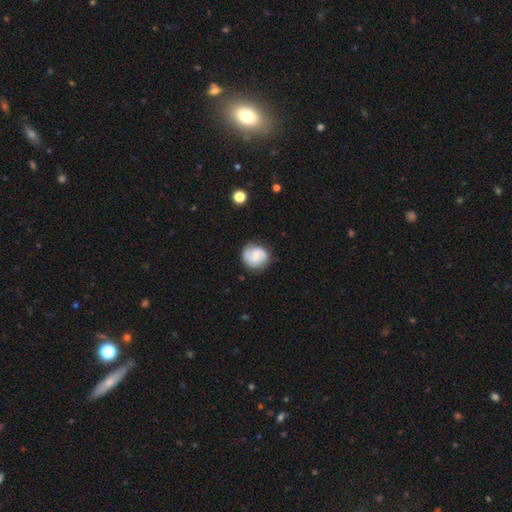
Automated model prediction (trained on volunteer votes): Smooth or featured?
  - featured or disk: 68% *
  - smooth: 26%
  - star or artifact: 6%
Edge-on disk?
  - no: 98% *
  - yes: 2%
Bar?
  - weak: 51% *
  - no: 38%
  - strong: 12%
Spiral arms?
  - yes: 92% *
  - no: 8%
Spiral winding?
  - medium: 46% *
  - tight: 35%
  - loose: 19%
Spiral arm count?
  - 2: 84% *
  - can't tell: 7%
  - 1: 5%
  - 3: 2%
  - 4: 1%
  - more than 4: 1%
Bulge size?
  - small: 52% *
  - moderate: 30%
  - none: 15%
  - large: 2%
  - dominant: 1%
Merging?
  - none: 80% *
  - minor disturbance: 14%
  - major disturbance: 4%
  - merger: 2%